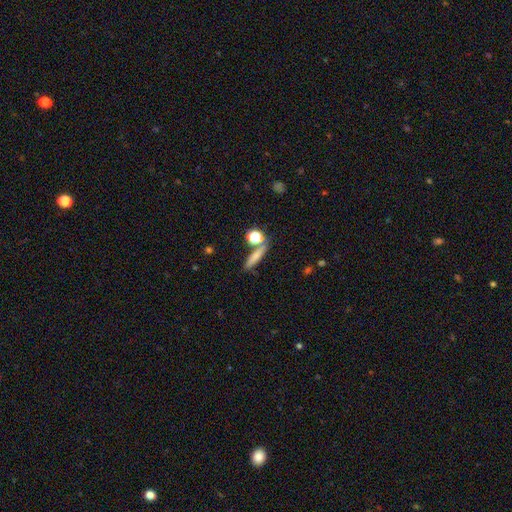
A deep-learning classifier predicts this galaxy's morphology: Smooth or featured: smooth — 72% (featured or disk — 16%)
How rounded: cigar-shaped — 68% (in between — 21%)
Merging: none — 69% (merger — 14%)